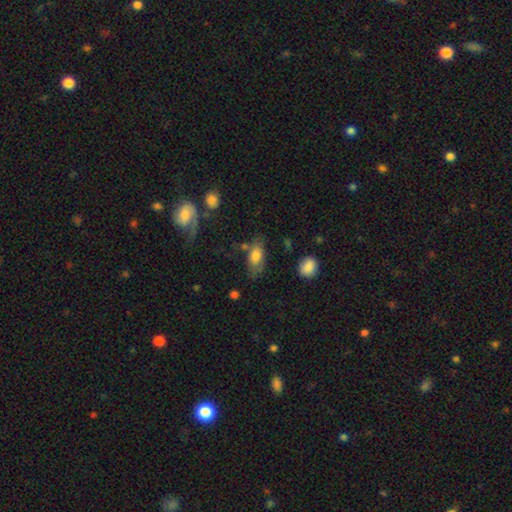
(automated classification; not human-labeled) A smooth galaxy with no disk features (70%) that is in between round and cigar-shaped (88%). Merging: none (55%).